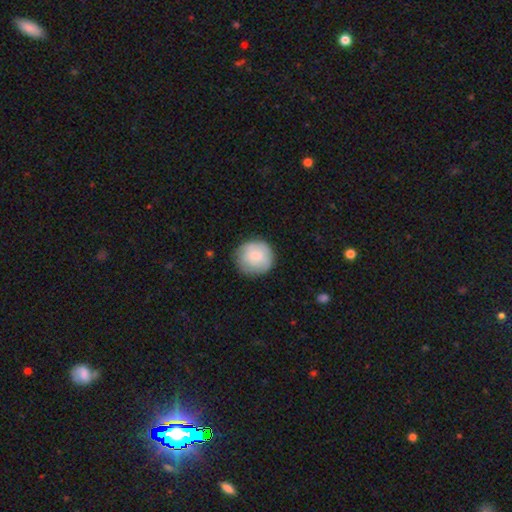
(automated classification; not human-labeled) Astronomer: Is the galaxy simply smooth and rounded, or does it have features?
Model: smooth — 77%.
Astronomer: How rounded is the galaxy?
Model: round — 92%.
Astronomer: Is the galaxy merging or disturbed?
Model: none — 80%.